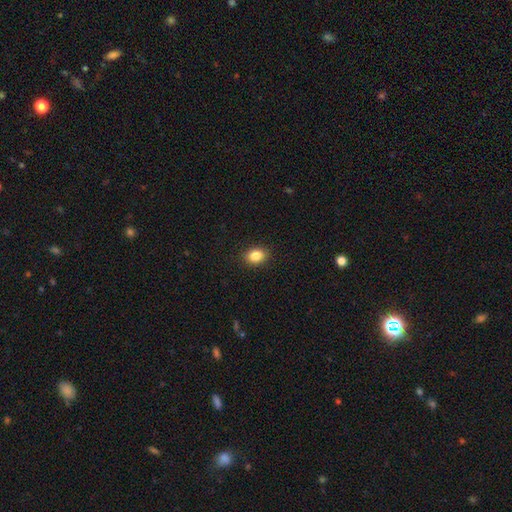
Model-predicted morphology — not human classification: A smooth galaxy with no disk features (86%) that is in between round and cigar-shaped (61%). Merging: none (90%).